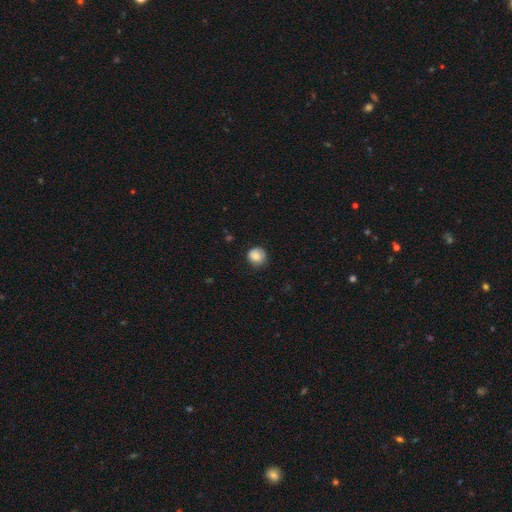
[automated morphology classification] Smooth or featured? Predicted: smooth (p=0.85). How rounded? Predicted: round (p=0.85). Merging? Predicted: none (p=0.72).